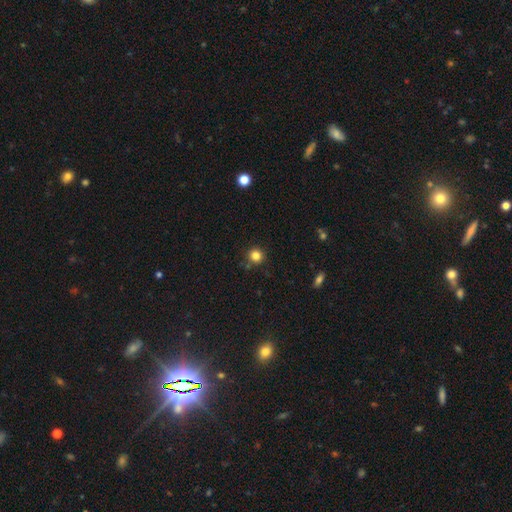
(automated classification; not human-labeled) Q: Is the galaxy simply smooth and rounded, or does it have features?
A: smooth — 83%.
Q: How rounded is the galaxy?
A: round — 93%.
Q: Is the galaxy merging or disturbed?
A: none — 85%.